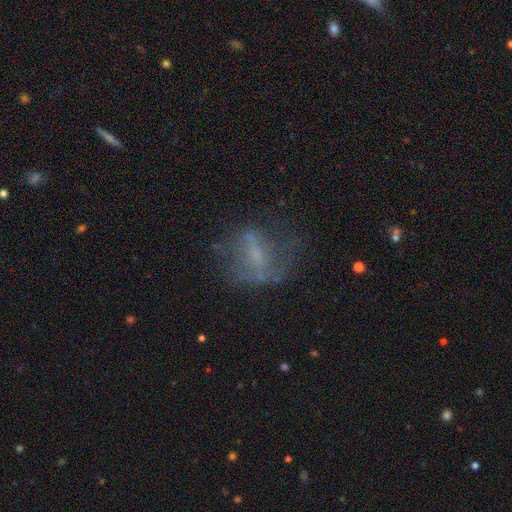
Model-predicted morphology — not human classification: This is possibly a featured or disk galaxy (49%). Merging: possibly none (47%).